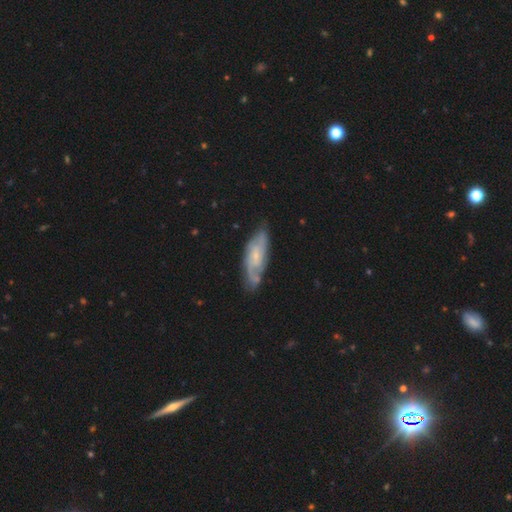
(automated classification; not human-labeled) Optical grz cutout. It shows a featured or disk galaxy (73%) with no bar (64%), 2 (43%) tight (43%) spiral arms (90%) and a small central bulge (72%). Merging: none (67%).